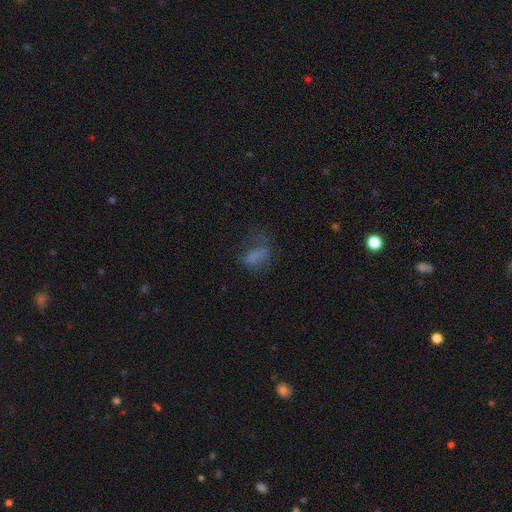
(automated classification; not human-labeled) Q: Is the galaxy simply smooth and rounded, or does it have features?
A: smooth — 59%.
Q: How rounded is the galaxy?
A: in between — 79%.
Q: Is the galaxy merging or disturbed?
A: major disturbance — 43%.